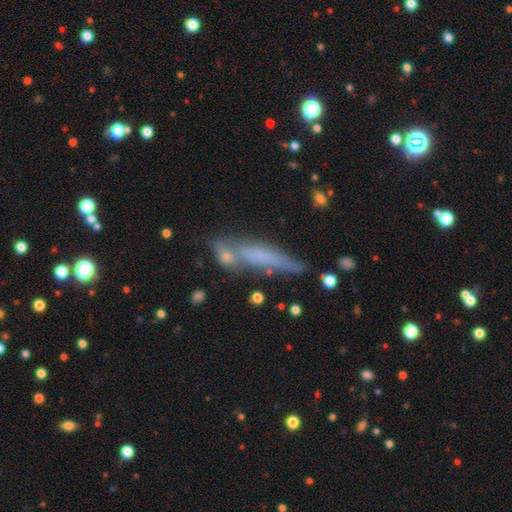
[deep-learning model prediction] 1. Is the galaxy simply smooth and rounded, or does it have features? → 51% smooth, 35% featured or disk, 13% star or artifact.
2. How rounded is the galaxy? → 85% cigar-shaped, 13% in between, 3% round.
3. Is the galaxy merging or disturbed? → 62% none, 19% minor disturbance, 12% merger, 8% major disturbance.